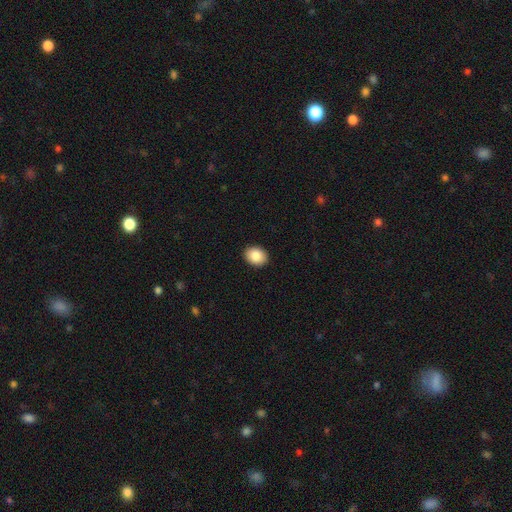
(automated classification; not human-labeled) A smooth galaxy with no disk features (87%) that is in between round and cigar-shaped (65%).

Vote fractions:
- Smooth or featured? smooth: 87% / star or artifact: 7% / featured or disk: 5%
- How rounded? in between: 65% / round: 35% / cigar-shaped: 1%
- Merging? none: 91% / minor disturbance: 6% / major disturbance: 2% / merger: 1%